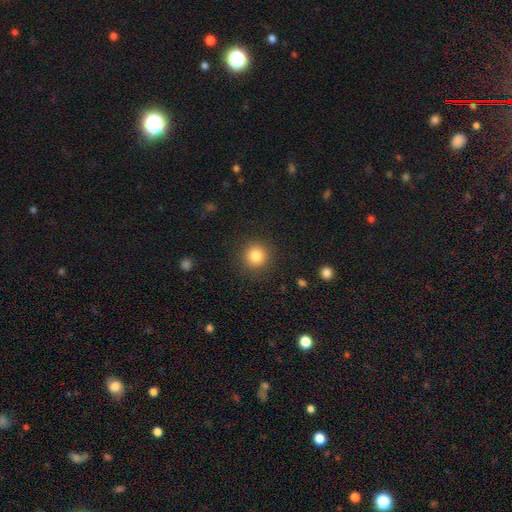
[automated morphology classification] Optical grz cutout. It shows a smooth galaxy with no disk features (83%) that is round (92%). Merging: none (89%).